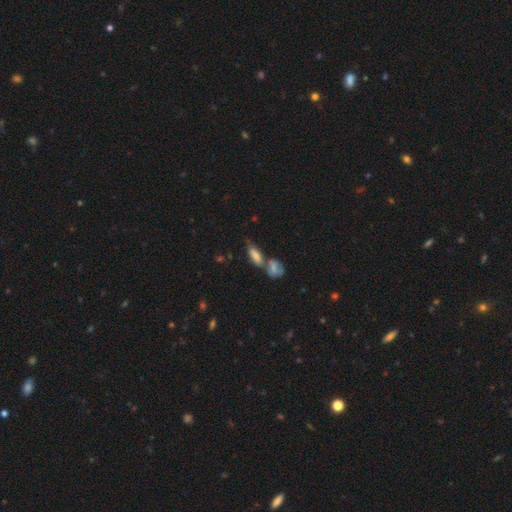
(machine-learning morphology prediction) smooth-or-featured: smooth: 67% | featured or disk: 21% | star or artifact: 12%
  how-rounded: in between: 73% | cigar-shaped: 21% | round: 6%
  merging: merger: 51% | none: 31% | minor disturbance: 12% | major disturbance: 6%